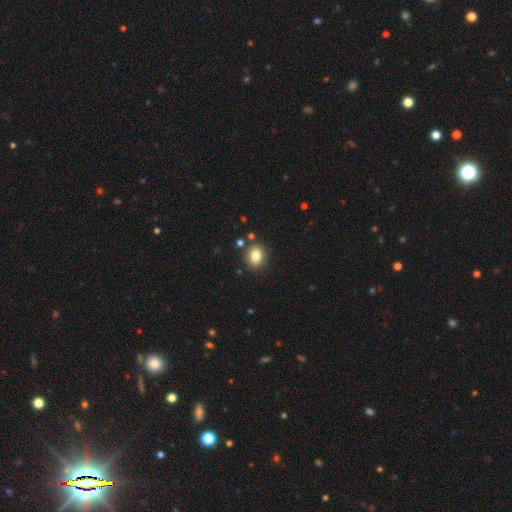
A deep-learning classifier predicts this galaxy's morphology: The model was most divided on "how rounded": round: 50%, in between: 49%, cigar-shaped: 1%. More confident: merging — none (83%); smooth or featured — smooth (81%).